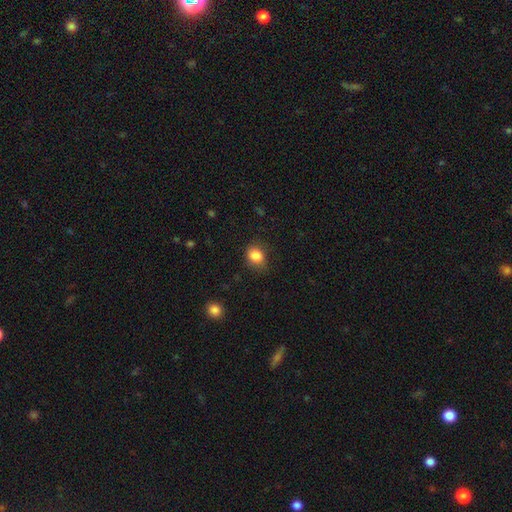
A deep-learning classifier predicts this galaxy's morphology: smooth 85%, star or artifact 10%, featured or disk 5%. Down the decision tree: how rounded — in between (54%); merging — none (72%).